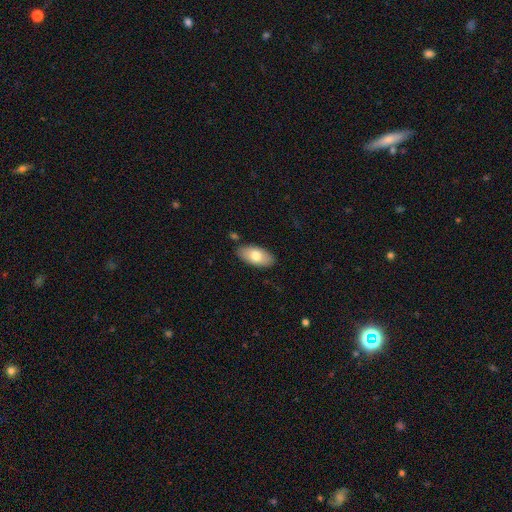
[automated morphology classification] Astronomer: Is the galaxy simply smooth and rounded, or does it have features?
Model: smooth — 74%.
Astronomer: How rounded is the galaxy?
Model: in between — 93%.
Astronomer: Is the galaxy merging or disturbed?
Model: none — 84%.